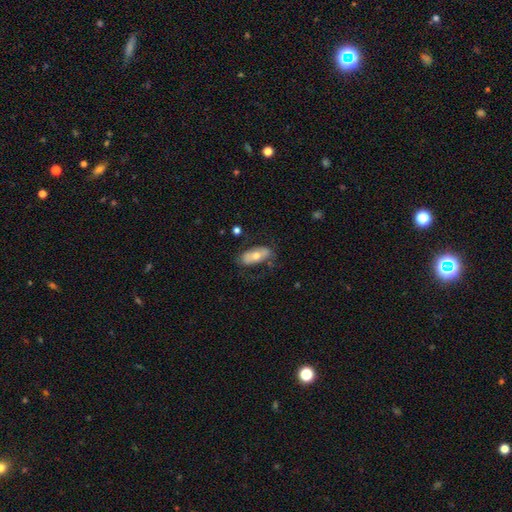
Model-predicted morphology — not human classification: type=smooth (58%); roundness=in between (87%); merging=none (71%).